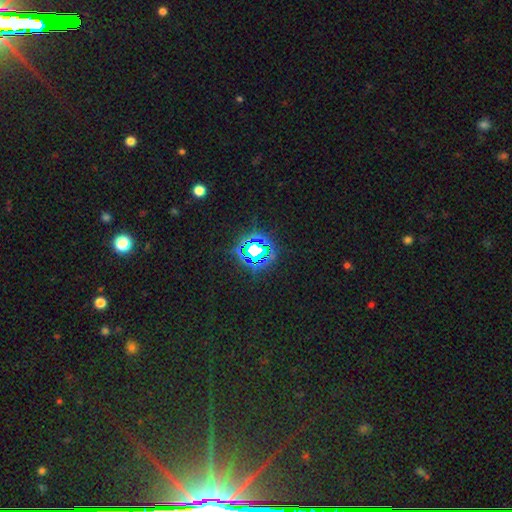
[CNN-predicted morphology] A star or artifact, not a galaxy (78%).

Vote fractions:
- Smooth or featured? star or artifact: 78% / smooth: 13% / featured or disk: 9%